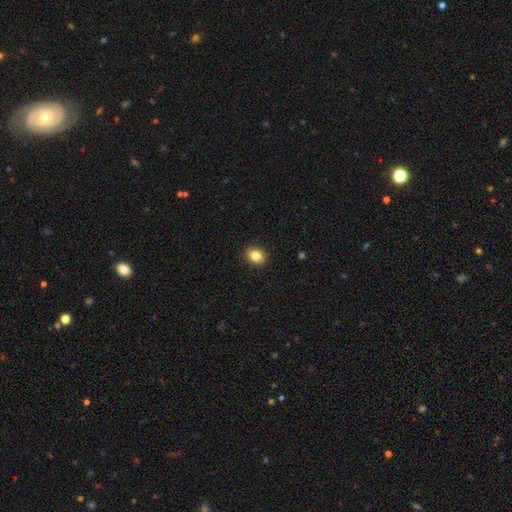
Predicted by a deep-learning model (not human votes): Q: Smooth or featured?
A: smooth (83%); runner-up: star or artifact (10%)
Q: How rounded?
A: in between (50%); runner-up: round (49%)
Q: Merging?
A: none (91%); runner-up: minor disturbance (6%)